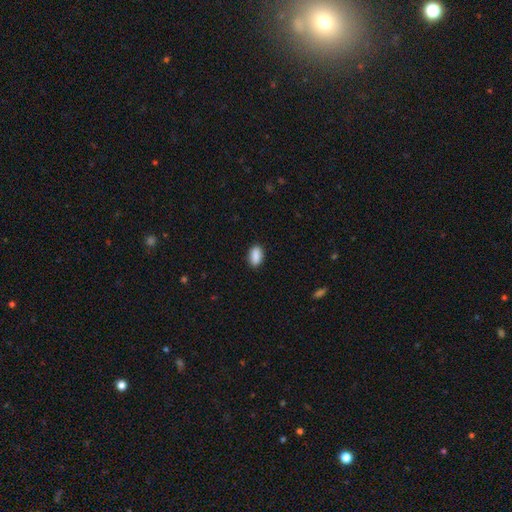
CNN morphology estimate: type=smooth (89%); roundness=in between (91%); merging=none (88%).